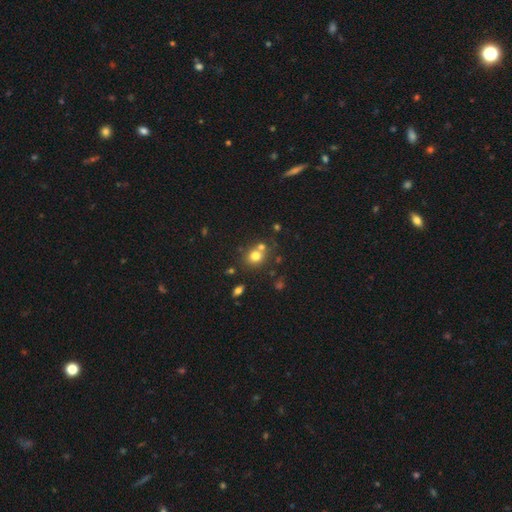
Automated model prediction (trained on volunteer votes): Q: Smooth or featured?
A: smooth (74%); runner-up: star or artifact (15%)
Q: How rounded?
A: round (76%); runner-up: in between (23%)
Q: Merging?
A: none (58%); runner-up: merger (28%)